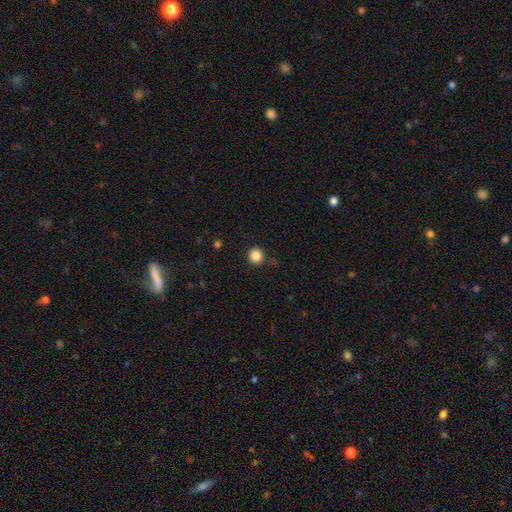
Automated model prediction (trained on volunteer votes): A smooth galaxy with no disk features (86%) that is round (92%).

Vote fractions:
- Smooth or featured? smooth: 86% / star or artifact: 11% / featured or disk: 3%
- How rounded? round: 92% / in between: 7% / cigar-shaped: 1%
- Merging? none: 88% / minor disturbance: 8% / major disturbance: 2% / merger: 2%